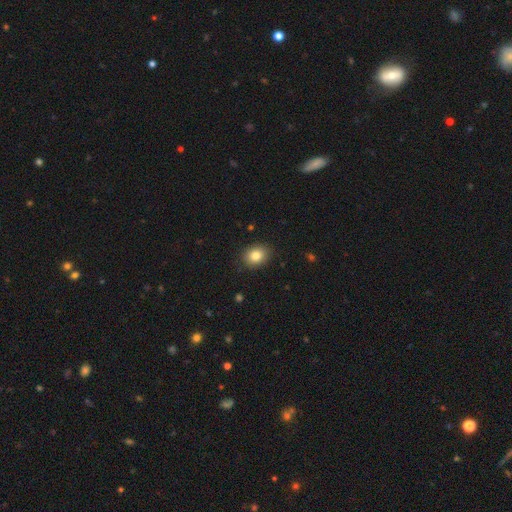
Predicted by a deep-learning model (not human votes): The model was most divided on "how rounded": in between: 53%, round: 46%, cigar-shaped: 1%. More confident: merging — none (89%); smooth or featured — smooth (84%).